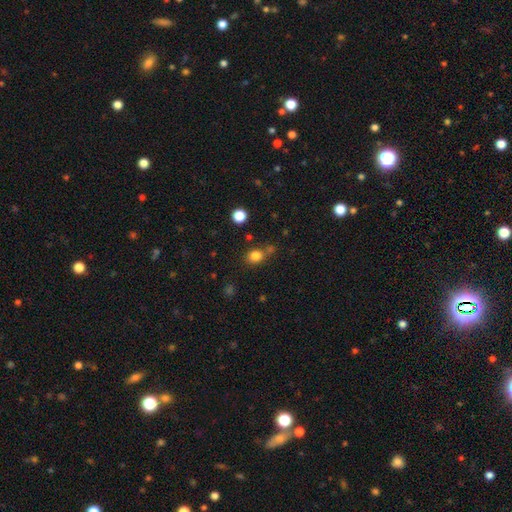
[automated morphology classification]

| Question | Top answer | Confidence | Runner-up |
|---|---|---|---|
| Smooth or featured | smooth | 81% | star or artifact (13%) |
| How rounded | round | 64% | in between (34%) |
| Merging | none | 62% | minor disturbance (17%) |